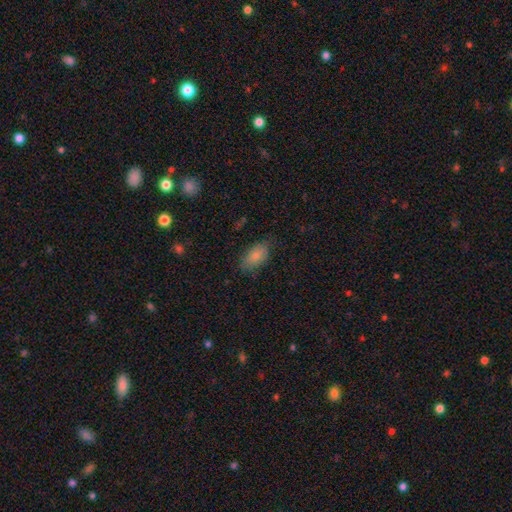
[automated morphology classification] A smooth galaxy with no disk features (81%) that is in between round and cigar-shaped (92%).

Vote fractions:
- Smooth or featured? smooth: 81% / featured or disk: 11% / star or artifact: 8%
- How rounded? in between: 92% / round: 5% / cigar-shaped: 4%
- Merging? none: 74% / minor disturbance: 20% / major disturbance: 5% / merger: 1%